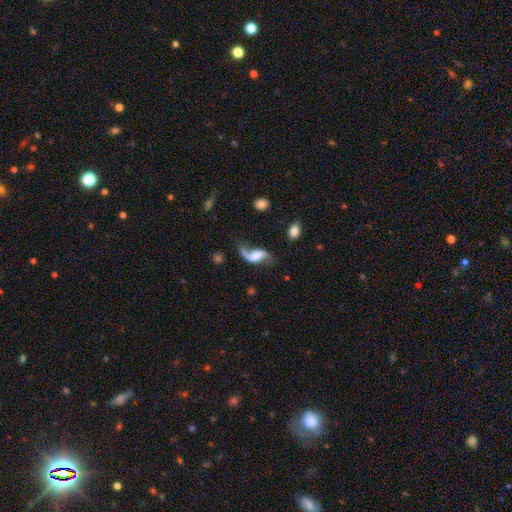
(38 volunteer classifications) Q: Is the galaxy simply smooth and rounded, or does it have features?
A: featured or disk — 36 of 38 (95%).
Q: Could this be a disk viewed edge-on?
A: no — 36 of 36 (100%).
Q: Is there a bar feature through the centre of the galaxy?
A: no — 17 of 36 (47%).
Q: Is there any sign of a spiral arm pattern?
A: yes — 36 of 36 (100%).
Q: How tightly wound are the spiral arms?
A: loose — 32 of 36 (89%).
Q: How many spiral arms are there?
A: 2 — 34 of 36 (94%).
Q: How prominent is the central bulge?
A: moderate — 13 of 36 (36%).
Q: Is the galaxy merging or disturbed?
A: none — 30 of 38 (79%).